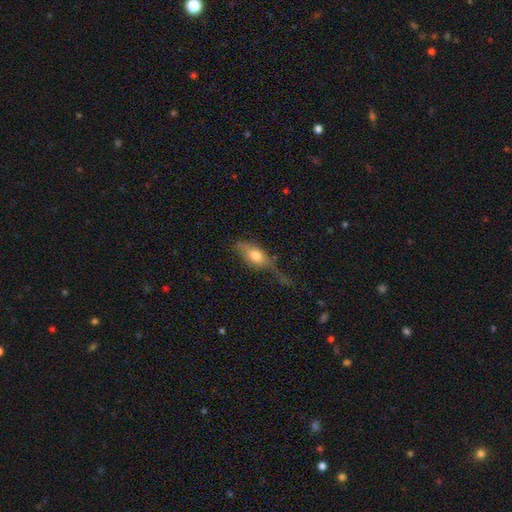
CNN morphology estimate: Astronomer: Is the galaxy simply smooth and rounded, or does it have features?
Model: smooth — 70%.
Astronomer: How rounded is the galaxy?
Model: in between — 83%.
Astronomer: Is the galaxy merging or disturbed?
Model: none — 33% (runner-up: major disturbance, 30%).